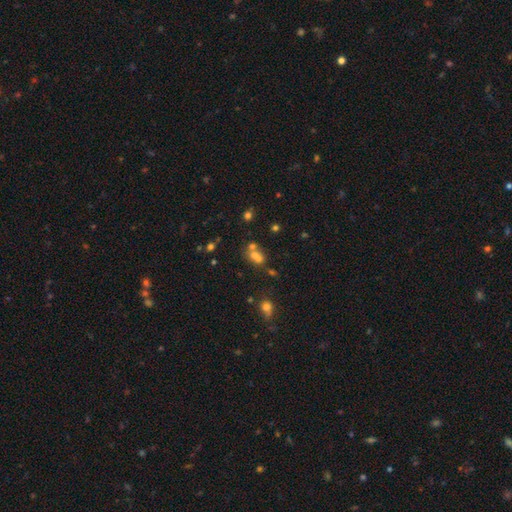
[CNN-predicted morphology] smooth 61%, star or artifact 21%, featured or disk 18%. Down the decision tree: how rounded — in between (51%); merging — merger (53%).